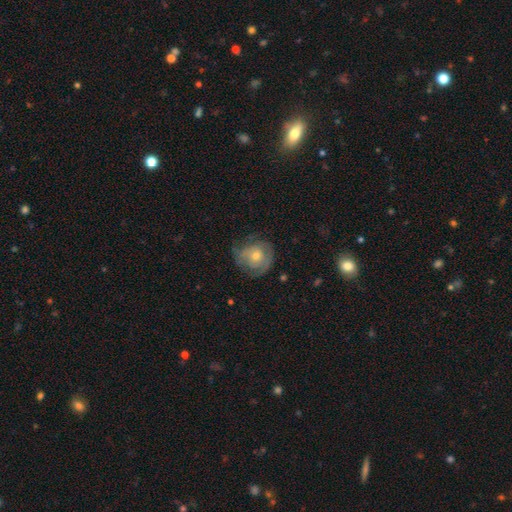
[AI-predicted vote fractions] Smooth or featured? Predicted: featured or disk (p=0.55). Edge-on disk? Predicted: no (p=0.96). Bar? Predicted: no (p=0.79). Spiral arms? Predicted: yes (p=0.72). Bulge size? Predicted: moderate (p=0.55). Merging? Predicted: none (p=0.66).